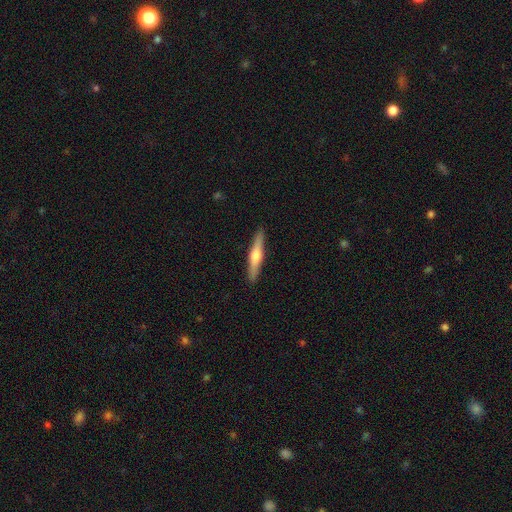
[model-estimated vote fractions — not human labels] Morphology: type=featured or disk (57%); edge-on=yes (96%); edge-on bulge=rounded (91%); merging=none (91%).